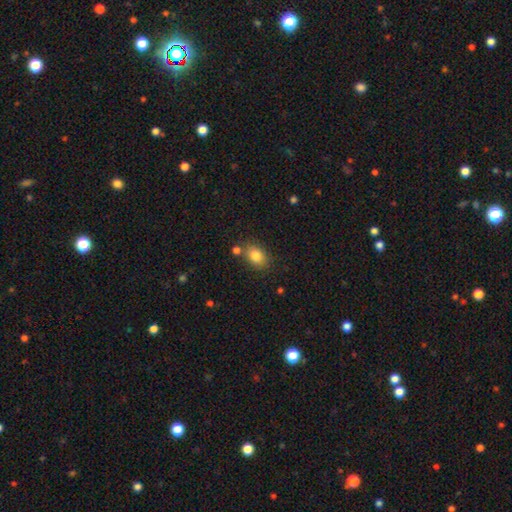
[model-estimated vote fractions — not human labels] smooth_or_featured: smooth (p=0.83) [alt: star or artifact p=0.09]
how_rounded: in between (p=0.71) [alt: round p=0.28]
merging: none (p=0.73) [alt: minor disturbance p=0.13]